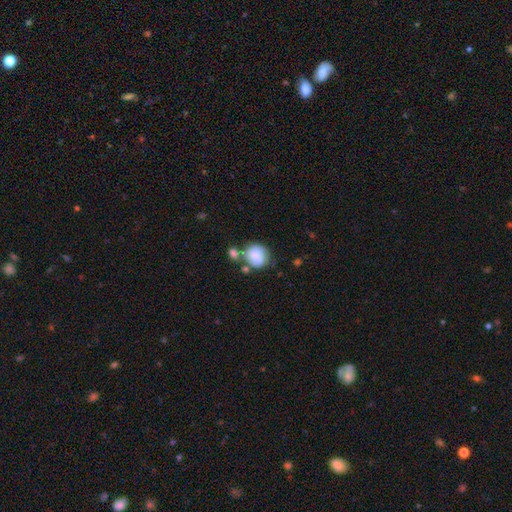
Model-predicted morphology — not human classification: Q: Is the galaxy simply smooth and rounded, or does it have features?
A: smooth — 72%.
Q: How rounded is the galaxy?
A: round — 78%.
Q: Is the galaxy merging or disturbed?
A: none — 50%.